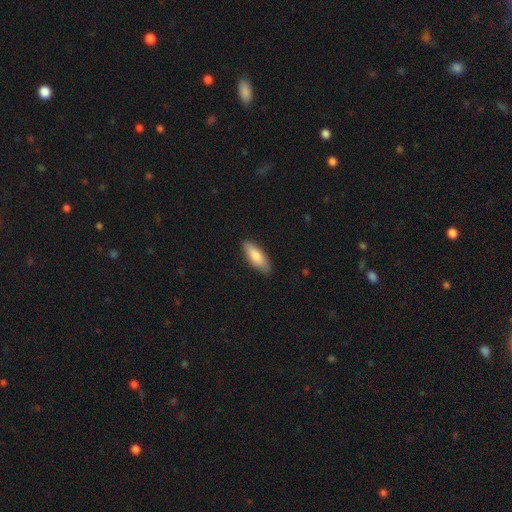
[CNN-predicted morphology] smooth-or-featured: smooth: 82% | featured or disk: 12% | star or artifact: 5%
  how-rounded: in between: 68% | cigar-shaped: 31% | round: 2%
  merging: none: 87% | minor disturbance: 10% | major disturbance: 2% | merger: 1%